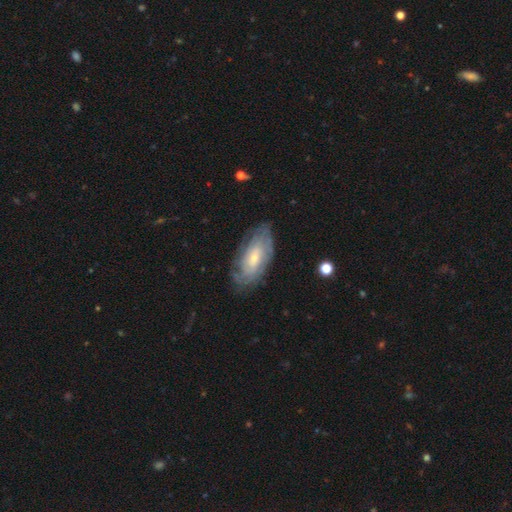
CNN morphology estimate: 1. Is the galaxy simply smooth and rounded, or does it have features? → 59% featured or disk, 31% smooth, 11% star or artifact.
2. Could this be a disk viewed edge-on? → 87% no, 13% yes.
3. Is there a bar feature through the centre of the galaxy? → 60% no, 32% weak, 8% strong.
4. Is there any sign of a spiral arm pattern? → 75% yes, 25% no.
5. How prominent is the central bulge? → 52% moderate, 37% small, 7% large, 3% none, 1% dominant.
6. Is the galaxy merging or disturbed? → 79% none, 16% minor disturbance, 4% major disturbance, 1% merger.